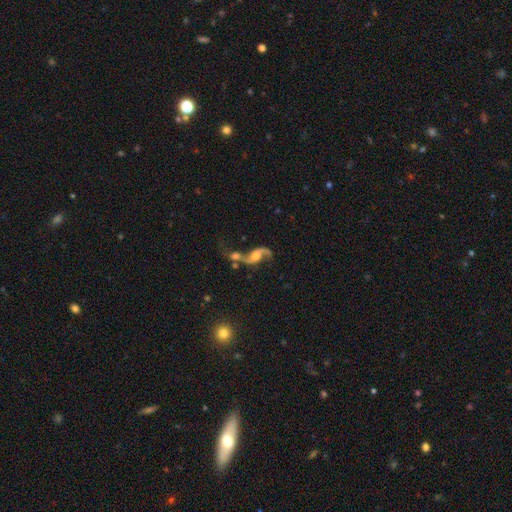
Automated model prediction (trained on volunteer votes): Smooth or featured: featured or disk — 84% (smooth — 9%)
Edge-on disk: no — 95% (yes — 5%)
Bar: no — 57% (weak — 33%)
Spiral arms: yes — 94% (no — 6%)
Spiral winding: loose — 84% (medium — 13%)
Spiral arm count: 2 — 89% (1 — 6%)
Bulge size: moderate — 50% (small — 22%)
Merging: merger — 48% (none — 29%)